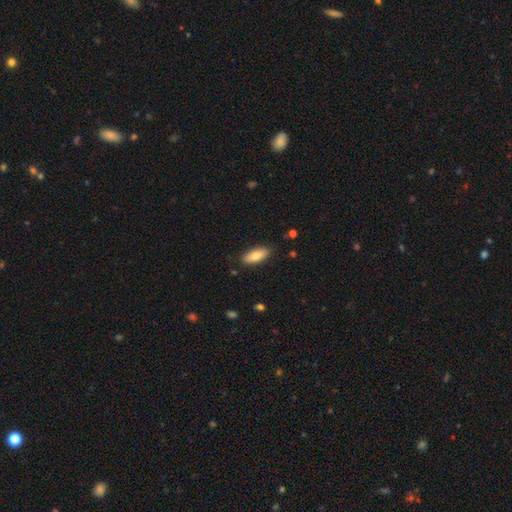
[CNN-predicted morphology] Overall: smooth (78%). How rounded: in between (79%). Merging: none (87%).